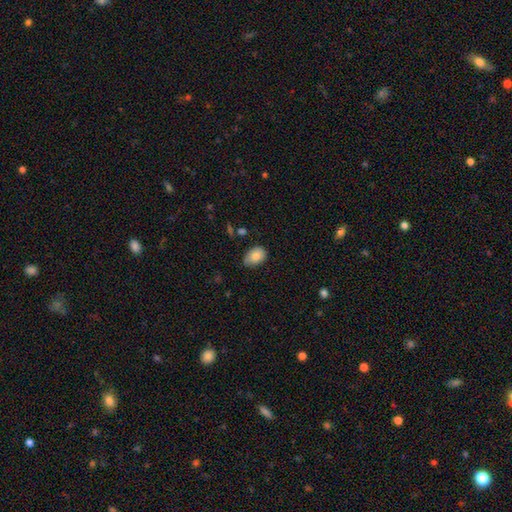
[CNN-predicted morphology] Smooth or featured? Predicted: smooth (p=0.83). How rounded? Predicted: in between (p=0.80). Merging? Predicted: none (p=0.64).